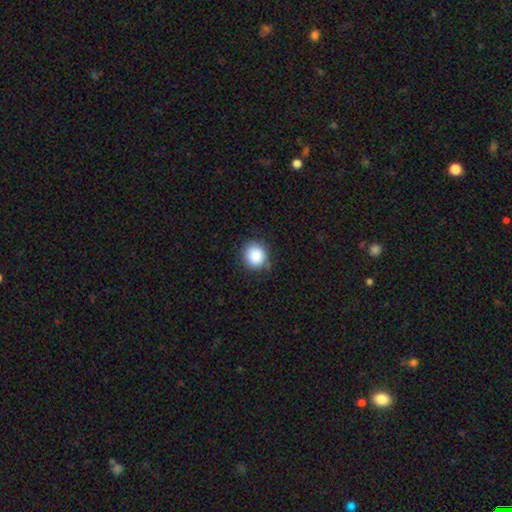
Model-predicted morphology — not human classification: smooth 87%, star or artifact 9%, featured or disk 4%. Down the decision tree: how rounded — round (86%); merging — none (82%).